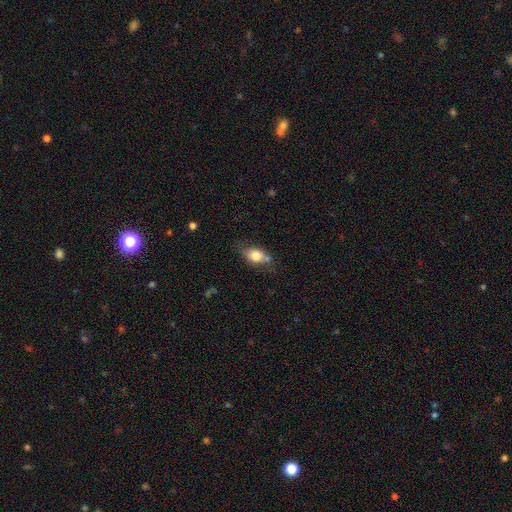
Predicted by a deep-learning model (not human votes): smooth-or-featured: smooth: 74% | featured or disk: 18% | star or artifact: 8%
  how-rounded: in between: 75% | round: 21% | cigar-shaped: 4%
  merging: none: 59% | minor disturbance: 25% | merger: 9% | major disturbance: 7%